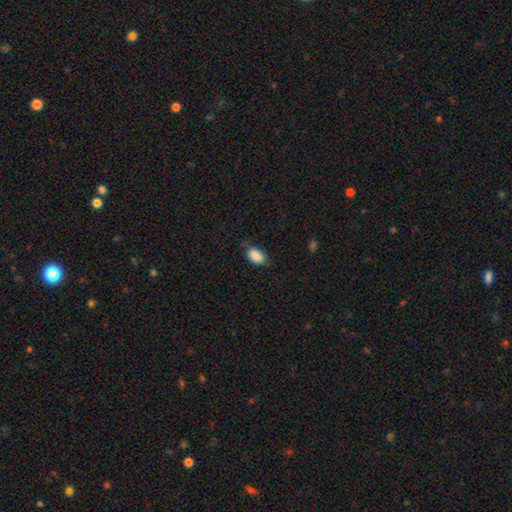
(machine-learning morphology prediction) Smooth or featured: smooth — 89% (star or artifact — 7%)
How rounded: in between — 90% (round — 8%)
Merging: none — 76% (minor disturbance — 19%)